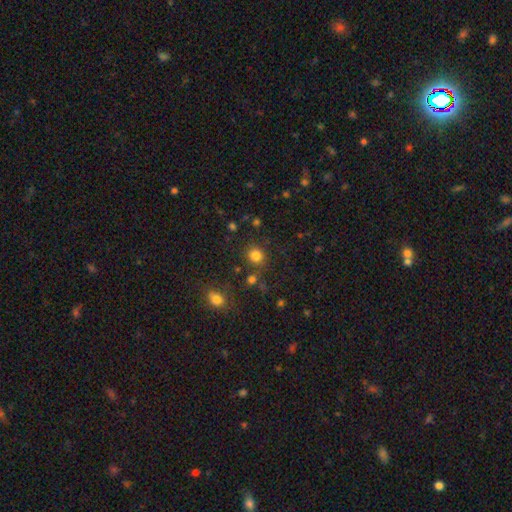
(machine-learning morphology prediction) This appears to be a smooth galaxy with no disk features (81%) that is round (82%). Merging: none (81%).